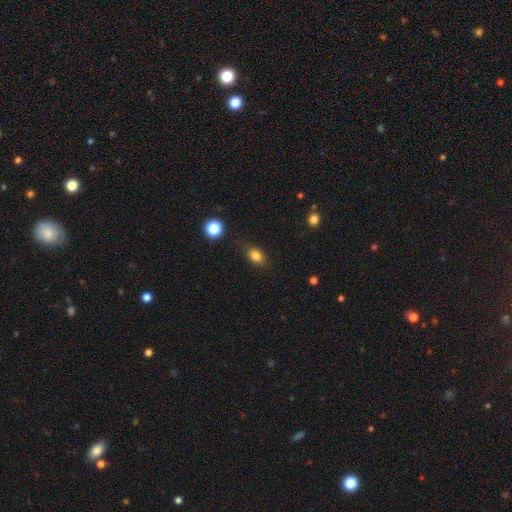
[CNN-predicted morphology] Smooth or featured? smooth (82%)
How rounded? in between (72%)
Merging? none (83%)